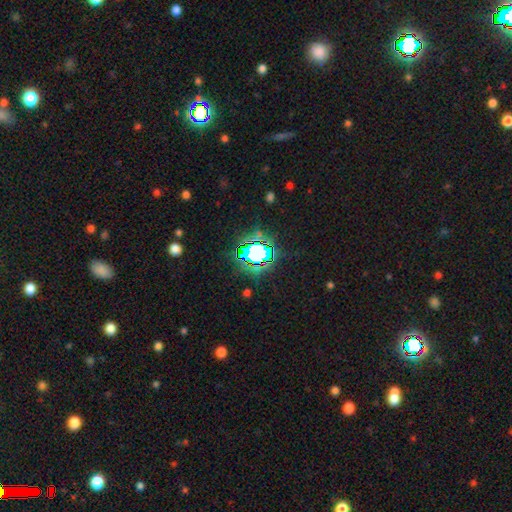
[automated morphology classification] Smooth or featured? Predicted: star or artifact (p=0.69).